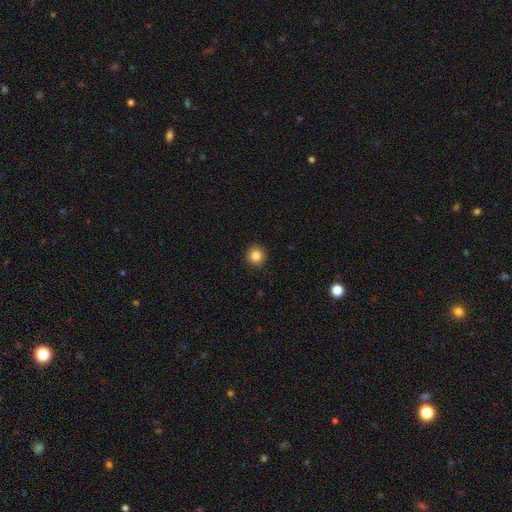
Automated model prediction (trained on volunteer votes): This appears to be a smooth galaxy with no disk features (86%) that is round (93%). Merging: none (90%).